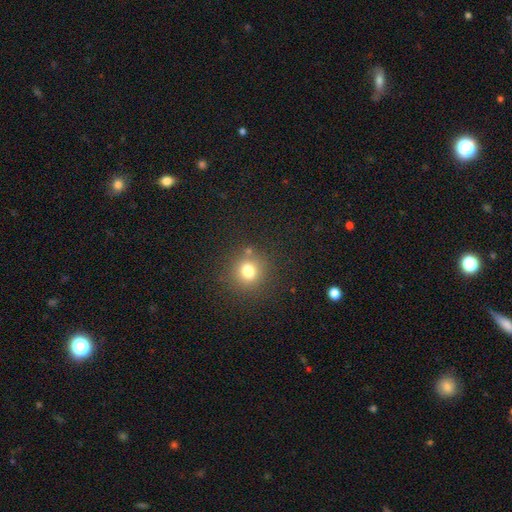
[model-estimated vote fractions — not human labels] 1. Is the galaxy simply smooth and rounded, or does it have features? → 60% smooth, 34% star or artifact, 6% featured or disk.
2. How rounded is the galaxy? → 95% round, 4% in between, 1% cigar-shaped.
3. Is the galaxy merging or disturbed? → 91% none, 5% minor disturbance, 2% major disturbance, 2% merger.